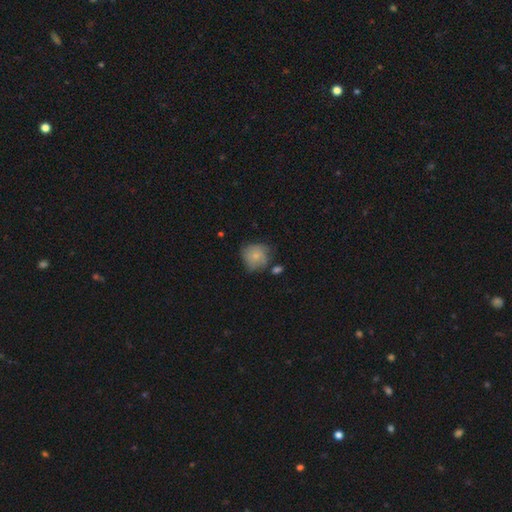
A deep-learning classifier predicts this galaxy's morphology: This is likely a smooth galaxy (70%). How rounded: clearly round (82%). Merging: possibly none (54%).